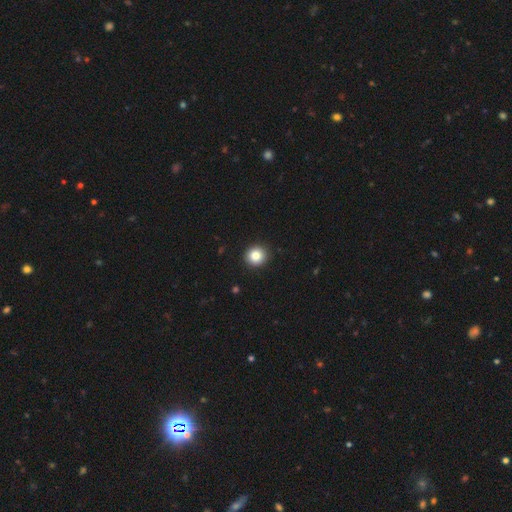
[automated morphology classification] Smooth or featured: smooth — 85% (star or artifact — 10%)
How rounded: round — 91% (in between — 8%)
Merging: none — 92% (minor disturbance — 5%)